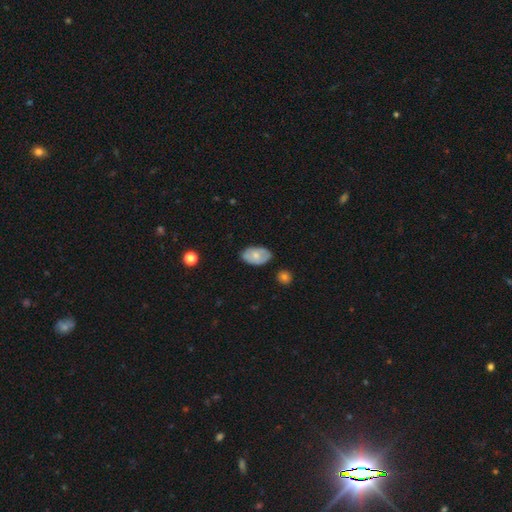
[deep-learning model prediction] Smooth or featured: smooth — 59% (featured or disk — 35%)
How rounded: in between — 91% (round — 8%)
Merging: none — 74% (minor disturbance — 20%)